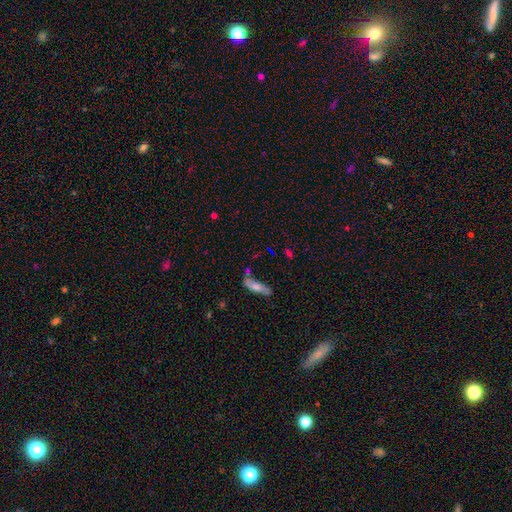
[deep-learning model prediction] This appears to be a smooth galaxy with no disk features (57%) that is cigar-shaped (52%). Merging: none (49%).